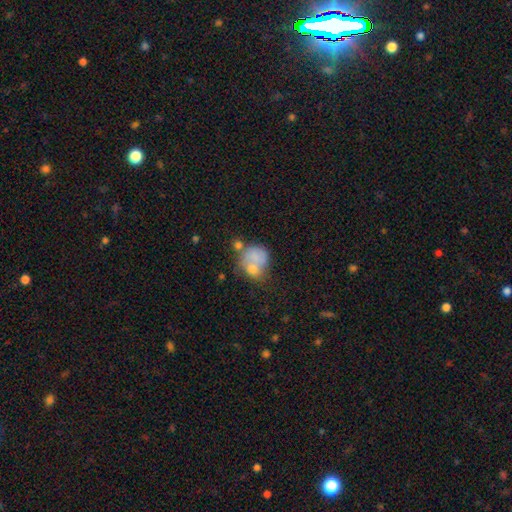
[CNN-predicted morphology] A smooth galaxy with no disk features (65%) that is round (64%). Merging: merger (44%).